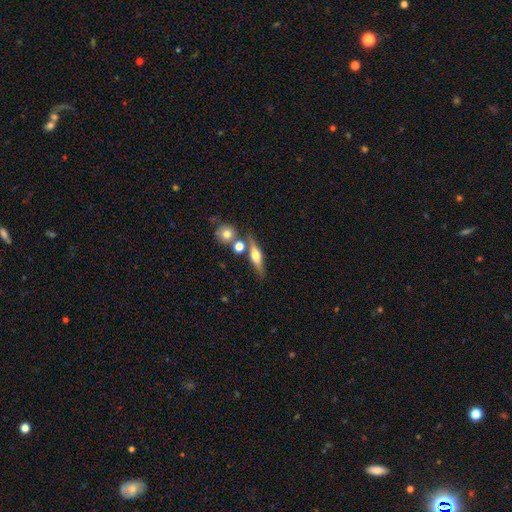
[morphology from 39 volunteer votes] Q: Smooth or featured?
A: featured or disk (49%); runner-up: smooth (41%)
Q: Edge-on disk?
A: yes (95%); runner-up: no (5%)
Q: Edge-on bulge?
A: rounded (89%); runner-up: boxy (11%)
Q: Merging?
A: none (66%); runner-up: minor disturbance (20%)